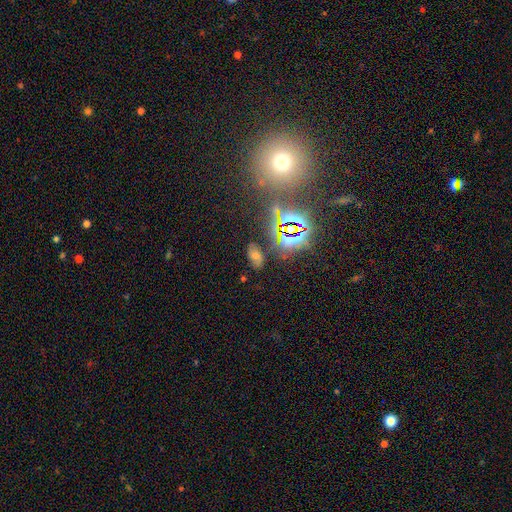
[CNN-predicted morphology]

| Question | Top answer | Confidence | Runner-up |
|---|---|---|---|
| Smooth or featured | star or artifact | 50% | smooth (34%) |